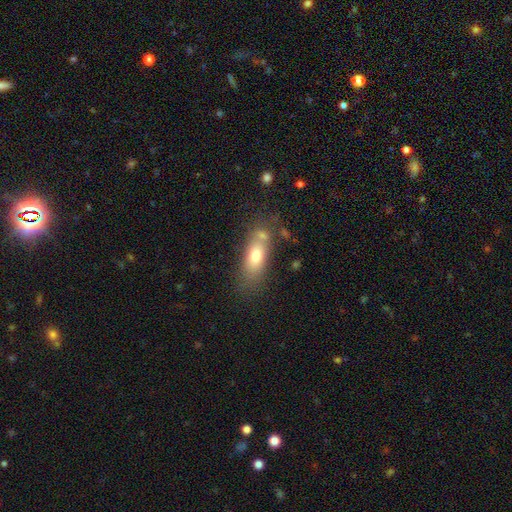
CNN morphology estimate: smooth-or-featured: smooth: 71% | featured or disk: 20% | star or artifact: 9%
  how-rounded: in between: 74% | cigar-shaped: 20% | round: 6%
  merging: none: 55% | merger: 21% | minor disturbance: 17% | major disturbance: 7%